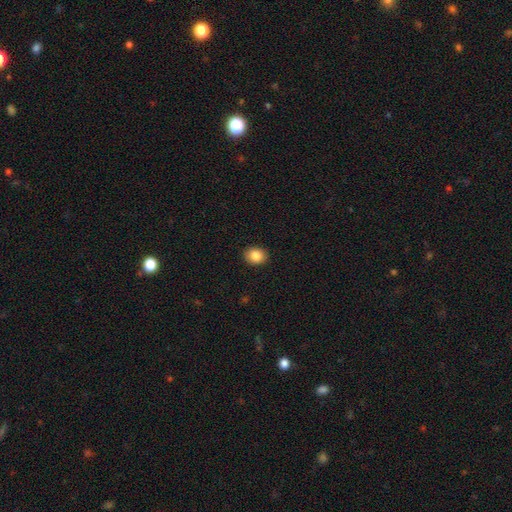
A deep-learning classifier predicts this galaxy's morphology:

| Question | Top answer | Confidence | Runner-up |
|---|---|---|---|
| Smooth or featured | smooth | 86% | star or artifact (9%) |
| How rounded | round | 57% | in between (43%) |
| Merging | none | 91% | minor disturbance (6%) |